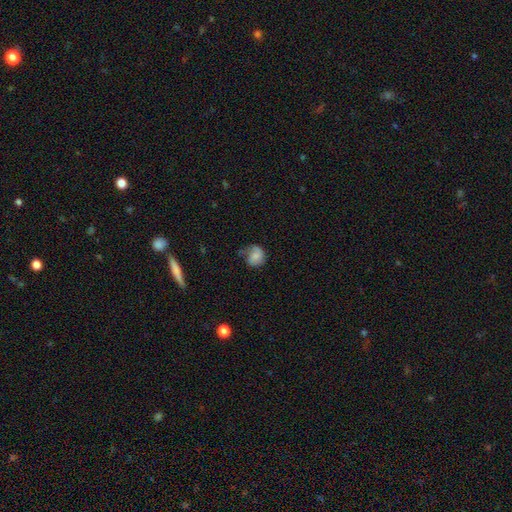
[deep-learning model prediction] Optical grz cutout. It shows a smooth galaxy with no disk features (62%) that is round (69%). Merging: none (45%).